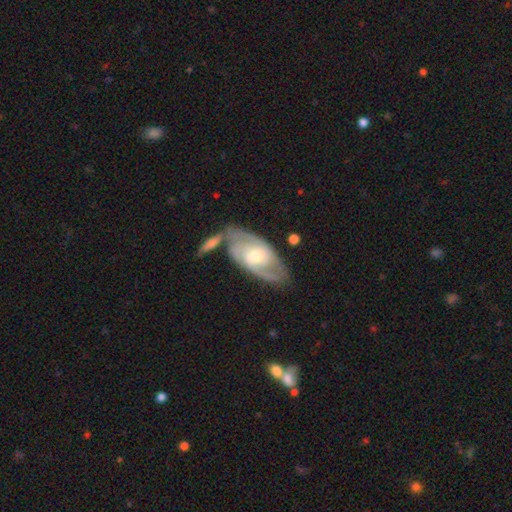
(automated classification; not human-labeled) Q: Smooth or featured?
A: featured or disk (83%); runner-up: smooth (13%)
Q: Edge-on disk?
A: no (93%); runner-up: yes (7%)
Q: Bar?
A: no (60%); runner-up: weak (32%)
Q: Spiral arms?
A: yes (94%); runner-up: no (6%)
Q: Spiral winding?
A: tight (49%); runner-up: medium (41%)
Q: Spiral arm count?
A: 2 (66%); runner-up: can't tell (15%)
Q: Bulge size?
A: moderate (54%); runner-up: small (41%)
Q: Merging?
A: none (58%); runner-up: merger (19%)